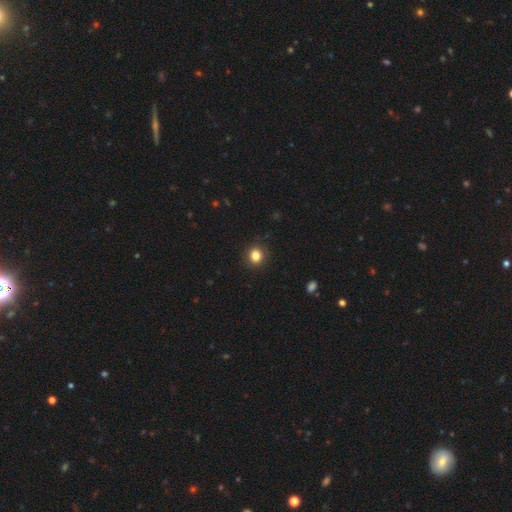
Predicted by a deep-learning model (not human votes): Smooth or featured?
  - smooth: 84% *
  - star or artifact: 11%
  - featured or disk: 5%
How rounded?
  - round: 83% *
  - in between: 16%
  - cigar-shaped: 1%
Merging?
  - none: 89% *
  - minor disturbance: 7%
  - major disturbance: 2%
  - merger: 1%